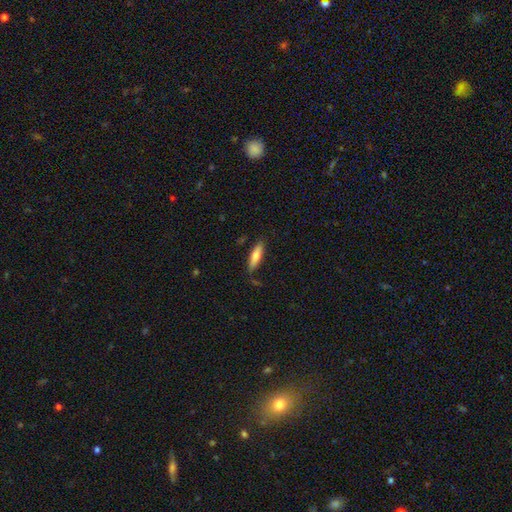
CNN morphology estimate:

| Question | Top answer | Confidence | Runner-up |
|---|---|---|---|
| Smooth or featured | smooth | 71% | featured or disk (23%) |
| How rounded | cigar-shaped | 63% | in between (35%) |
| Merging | none | 80% | minor disturbance (14%) |